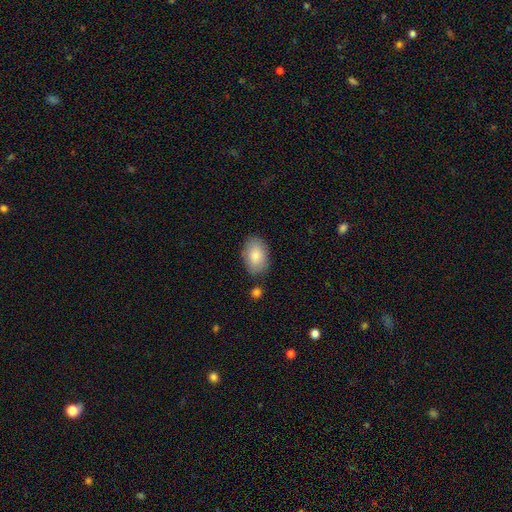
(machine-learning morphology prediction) Smooth or featured? Predicted: smooth (p=0.83). How rounded? Predicted: in between (p=0.91). Merging? Predicted: none (p=0.79).